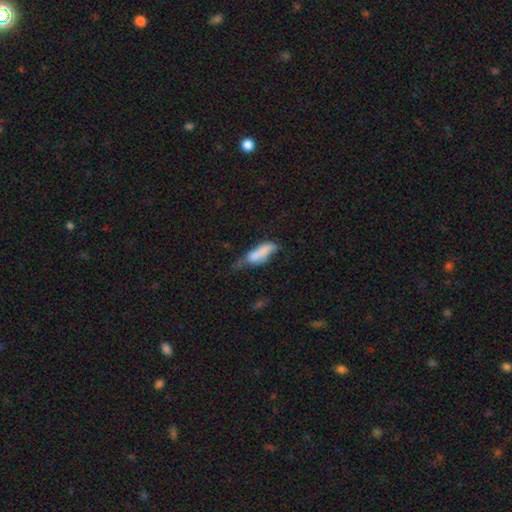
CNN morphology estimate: A smooth galaxy with no disk features (66%) that is cigar-shaped (54%). Merging: minor disturbance (37%).